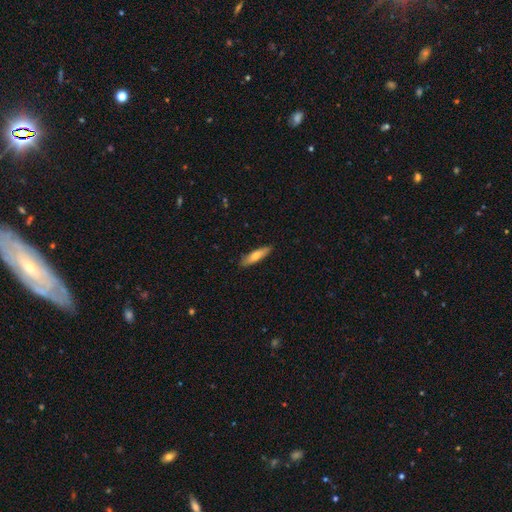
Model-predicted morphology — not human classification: A smooth galaxy with no disk features (68%) that is cigar-shaped (71%).

Vote fractions:
- Smooth or featured? smooth: 68% / featured or disk: 27% / star or artifact: 6%
- How rounded? cigar-shaped: 71% / in between: 27% / round: 2%
- Merging? none: 85% / minor disturbance: 12% / major disturbance: 2% / merger: 1%